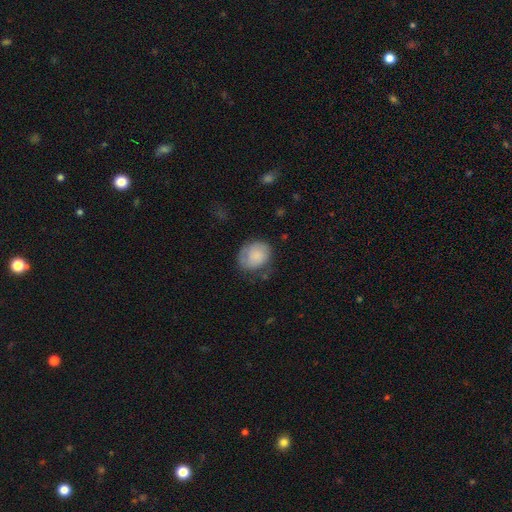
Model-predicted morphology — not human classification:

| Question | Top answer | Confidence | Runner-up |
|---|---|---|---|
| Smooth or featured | smooth | 76% | featured or disk (17%) |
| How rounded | round | 54% | in between (45%) |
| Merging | none | 59% | minor disturbance (27%) |